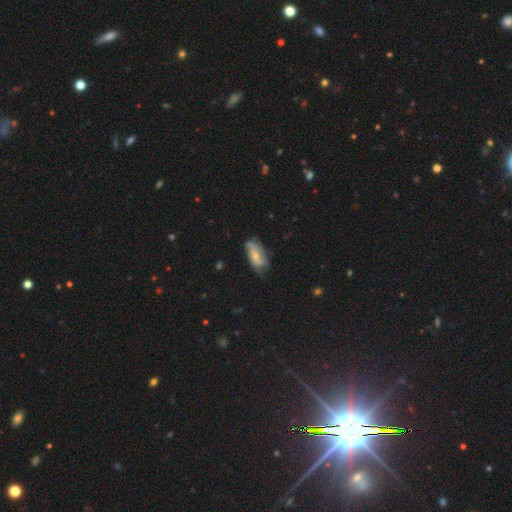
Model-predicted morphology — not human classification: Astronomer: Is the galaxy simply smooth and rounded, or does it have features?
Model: featured or disk — 49% (runner-up: smooth, 43%).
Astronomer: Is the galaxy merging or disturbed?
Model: none — 56%.